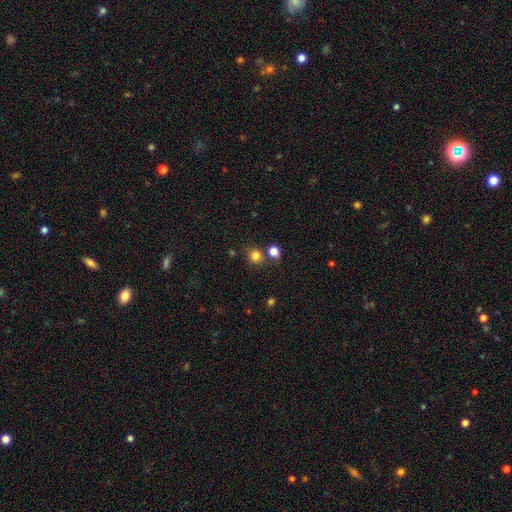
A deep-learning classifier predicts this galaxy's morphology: Q: Smooth or featured?
A: smooth (80%); runner-up: star or artifact (15%)
Q: How rounded?
A: round (87%); runner-up: in between (12%)
Q: Merging?
A: none (72%); runner-up: merger (15%)